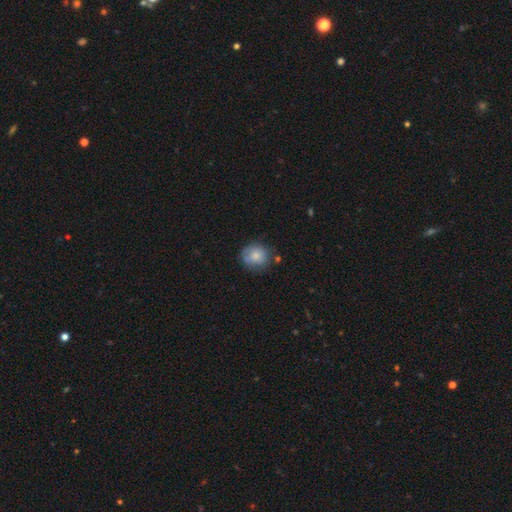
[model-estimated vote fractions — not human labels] Smooth or featured? Predicted: smooth (p=0.75). How rounded? Predicted: round (p=0.78). Merging? Predicted: none (p=0.66).